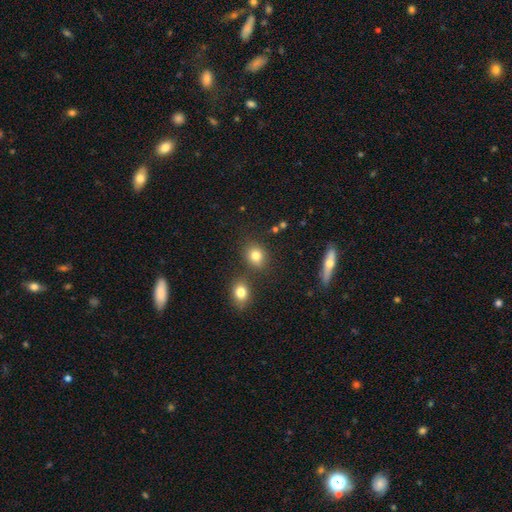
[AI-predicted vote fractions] A smooth galaxy with no disk features (80%) that is round (63%).

Vote fractions:
- Smooth or featured? smooth: 80% / star or artifact: 12% / featured or disk: 8%
- How rounded? round: 63% / in between: 36% / cigar-shaped: 1%
- Merging? none: 77% / minor disturbance: 10% / merger: 10% / major disturbance: 3%